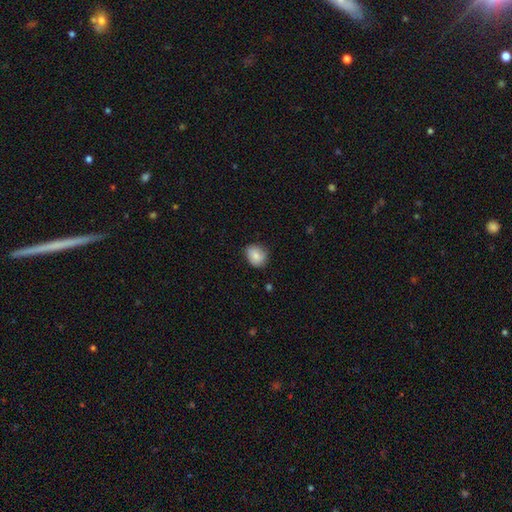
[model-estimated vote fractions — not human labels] Smooth or featured?
  - smooth: 83% *
  - featured or disk: 9%
  - star or artifact: 8%
How rounded?
  - round: 55% *
  - in between: 44%
  - cigar-shaped: 1%
Merging?
  - none: 76% *
  - minor disturbance: 20%
  - major disturbance: 3%
  - merger: 1%